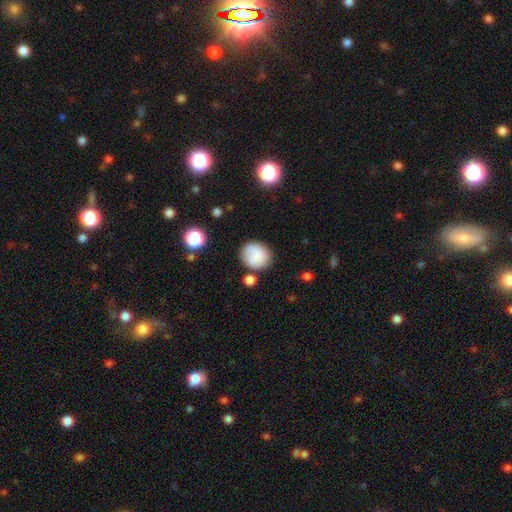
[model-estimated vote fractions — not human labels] A smooth galaxy with no disk features (83%) that is round (84%). Merging: none (71%).